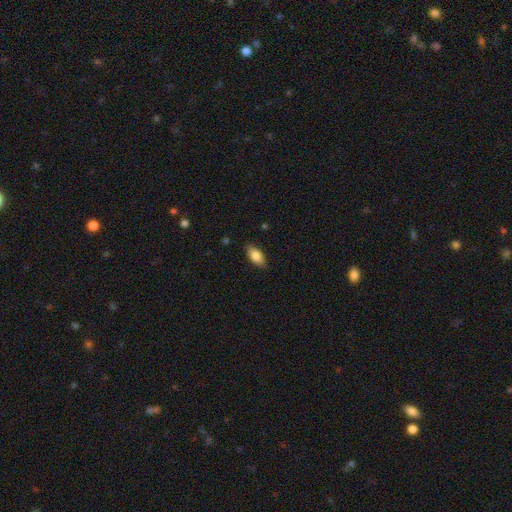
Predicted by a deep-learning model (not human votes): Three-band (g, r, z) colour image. It shows a smooth galaxy with no disk features (84%) that is in between round and cigar-shaped (91%). Merging: none (86%).